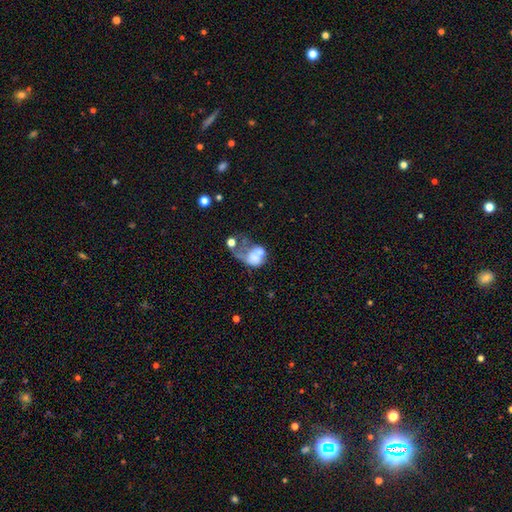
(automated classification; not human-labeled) Overall: smooth (48%; featured or disk 40%). Merging: major disturbance (40%; merger 38%).